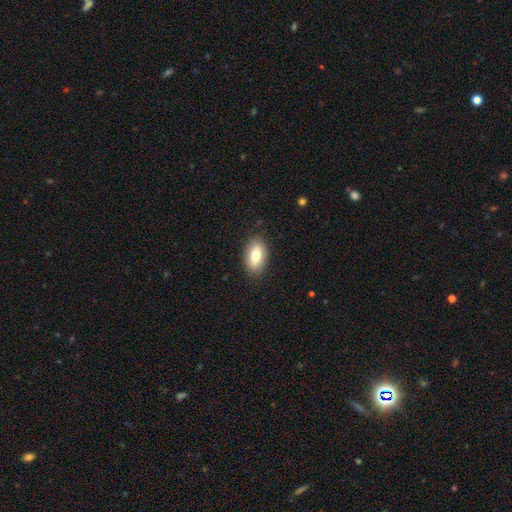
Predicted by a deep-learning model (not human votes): A smooth galaxy with no disk features (77%) that is in between round and cigar-shaped (91%).

Vote fractions:
- Smooth or featured? smooth: 77% / featured or disk: 16% / star or artifact: 7%
- How rounded? in between: 91% / round: 5% / cigar-shaped: 4%
- Merging? none: 87% / minor disturbance: 10% / major disturbance: 2% / merger: 1%